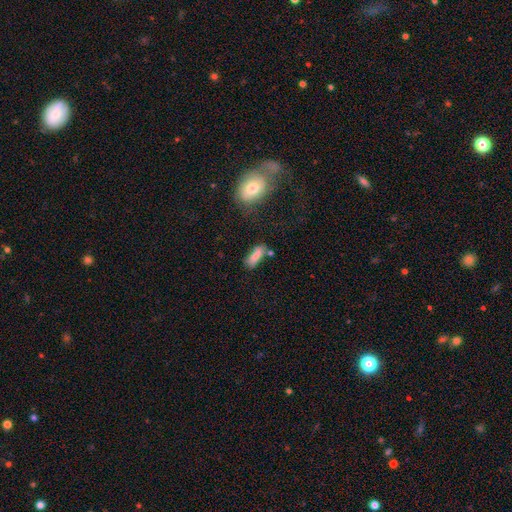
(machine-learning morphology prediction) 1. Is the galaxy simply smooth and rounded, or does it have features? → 82% smooth, 9% featured or disk, 8% star or artifact.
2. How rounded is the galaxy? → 58% in between, 39% cigar-shaped, 3% round.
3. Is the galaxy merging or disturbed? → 63% none, 20% minor disturbance, 11% merger, 6% major disturbance.